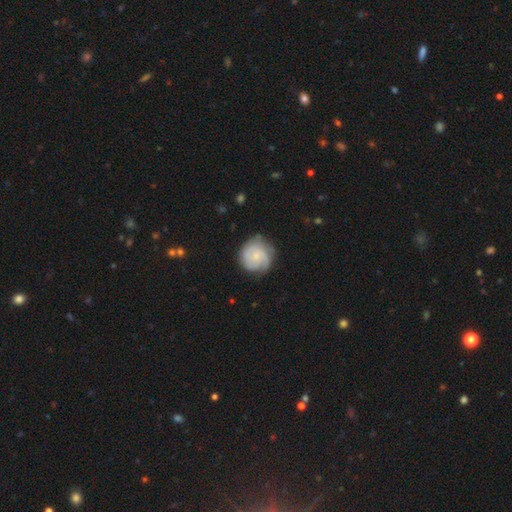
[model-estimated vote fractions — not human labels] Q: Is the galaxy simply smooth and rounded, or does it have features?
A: featured or disk — 52%.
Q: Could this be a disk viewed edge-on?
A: no — 98%.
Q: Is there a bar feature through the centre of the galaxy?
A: no — 78%.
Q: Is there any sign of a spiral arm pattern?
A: yes — 85%.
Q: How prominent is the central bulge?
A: small — 70%.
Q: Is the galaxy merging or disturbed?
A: none — 69%.